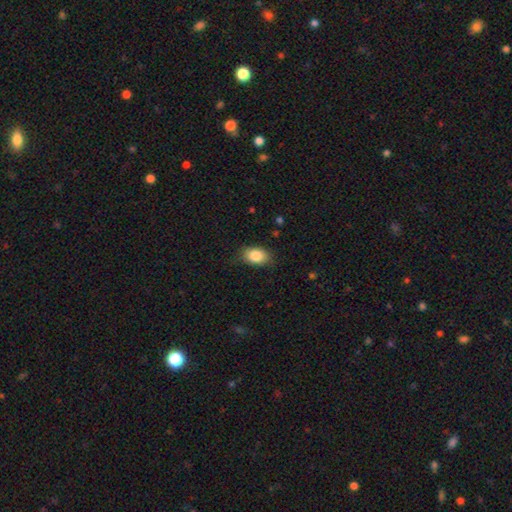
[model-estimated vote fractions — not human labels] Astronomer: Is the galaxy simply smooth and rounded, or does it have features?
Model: smooth — 85%.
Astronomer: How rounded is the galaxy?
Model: in between — 81%.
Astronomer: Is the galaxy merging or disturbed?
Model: none — 79%.